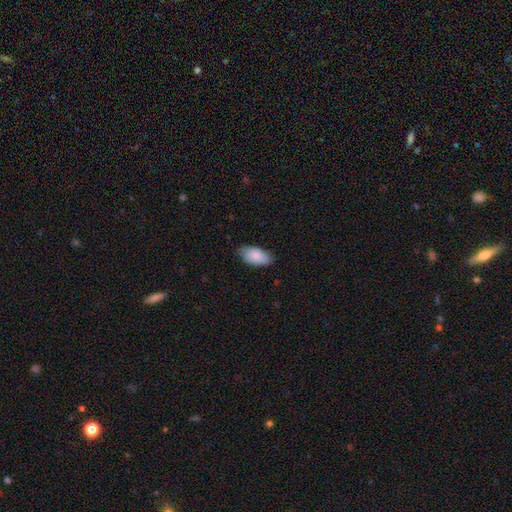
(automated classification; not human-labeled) A smooth galaxy with no disk features (85%) that is in between round and cigar-shaped (94%).

Vote fractions:
- Smooth or featured? smooth: 85% / featured or disk: 9% / star or artifact: 6%
- How rounded? in between: 94% / cigar-shaped: 3% / round: 3%
- Merging? none: 74% / minor disturbance: 21% / major disturbance: 3% / merger: 1%